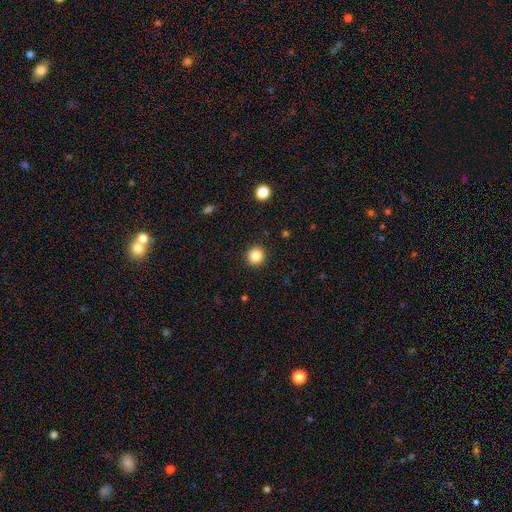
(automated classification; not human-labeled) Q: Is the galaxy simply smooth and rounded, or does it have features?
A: smooth — 86%.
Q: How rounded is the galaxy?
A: round — 92%.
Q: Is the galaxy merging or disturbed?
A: none — 92%.